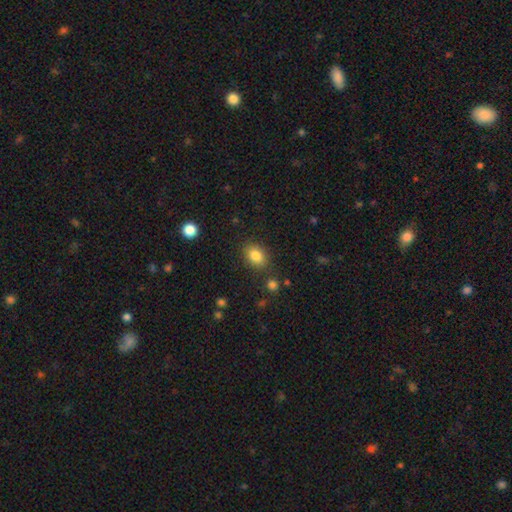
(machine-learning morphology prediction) The model was most divided on "how rounded": in between: 69%, round: 30%, cigar-shaped: 1%. More confident: smooth or featured — smooth (84%); merging — none (83%).